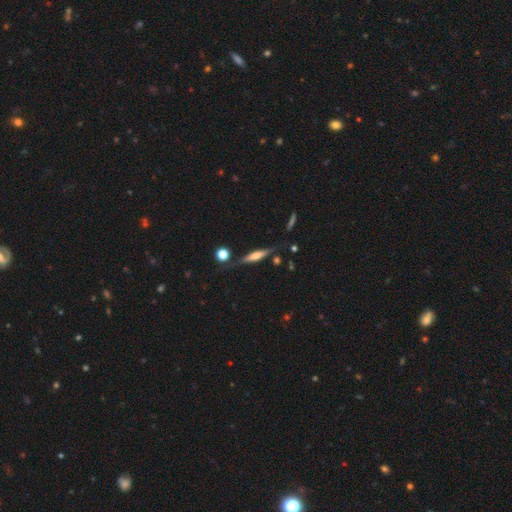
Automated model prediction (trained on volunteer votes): This appears to be a featured or disk galaxy (62%) viewed edge-on (95%) with a rounded central bulge (64%). Merging: none (77%).